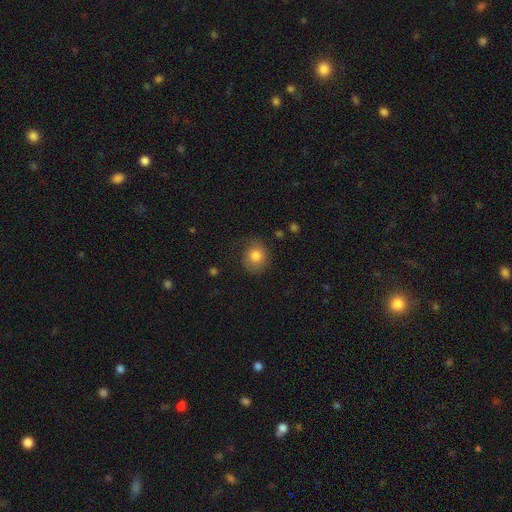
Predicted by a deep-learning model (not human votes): Smooth or featured? Predicted: smooth (p=0.77). How rounded? Predicted: round (p=0.80). Merging? Predicted: none (p=0.71).